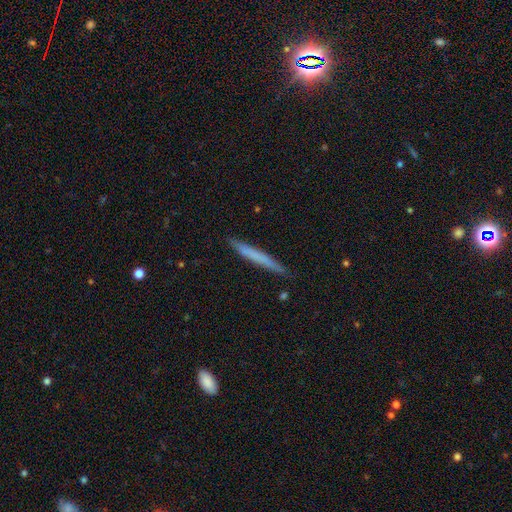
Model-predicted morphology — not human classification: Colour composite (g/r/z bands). It shows a smooth galaxy with no disk features (63%) that is cigar-shaped (97%). Merging: none (89%).